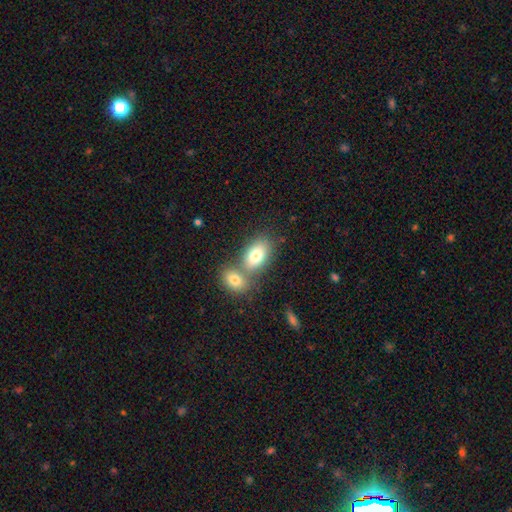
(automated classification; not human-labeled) Smooth or featured?
  - smooth: 79% *
  - featured or disk: 13%
  - star or artifact: 8%
How rounded?
  - in between: 88% *
  - round: 10%
  - cigar-shaped: 2%
Merging?
  - merger: 46% *
  - none: 42%
  - minor disturbance: 9%
  - major disturbance: 3%